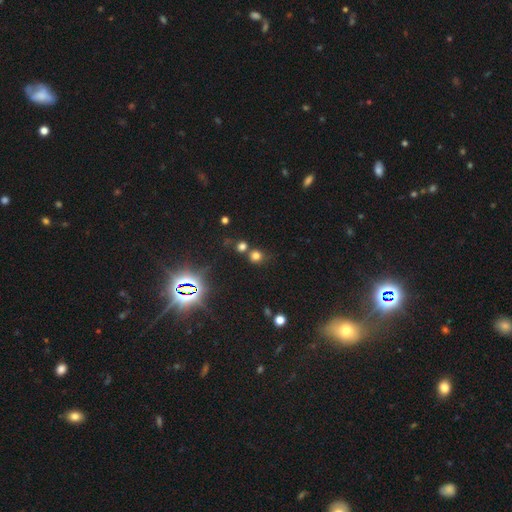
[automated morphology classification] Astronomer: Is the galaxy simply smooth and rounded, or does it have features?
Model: smooth — 65%.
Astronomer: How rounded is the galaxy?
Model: round — 87%.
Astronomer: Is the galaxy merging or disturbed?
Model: none — 67%.